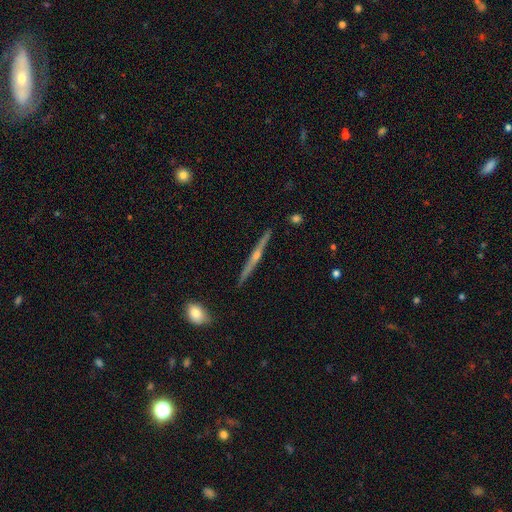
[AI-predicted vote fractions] Smooth or featured? Predicted: featured or disk (p=0.80). Edge-on disk? Predicted: yes (p=0.98). Edge-on bulge? Predicted: rounded (p=0.81). Merging? Predicted: none (p=0.91).